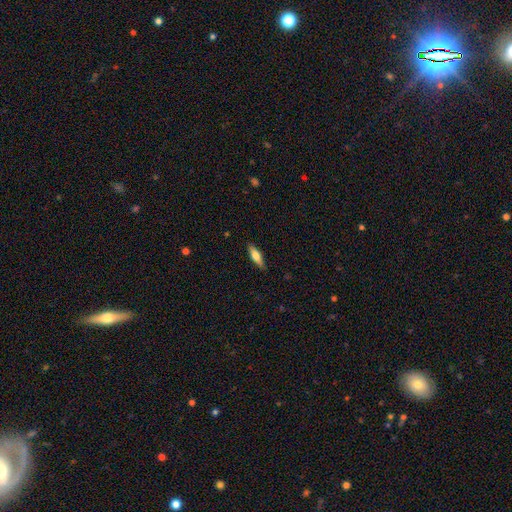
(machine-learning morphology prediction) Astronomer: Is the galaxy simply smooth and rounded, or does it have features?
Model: smooth — 63%.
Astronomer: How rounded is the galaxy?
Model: cigar-shaped — 56% (runner-up: in between, 42%).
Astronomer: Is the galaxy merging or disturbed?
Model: none — 86%.